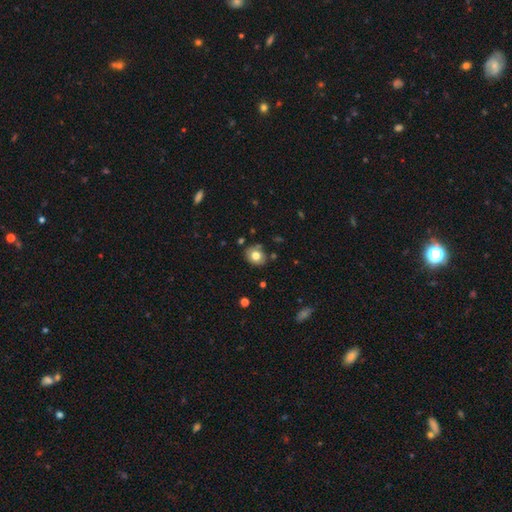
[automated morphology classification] smooth 76%, featured or disk 14%, star or artifact 10%. Down the decision tree: how rounded — round (63%); merging — none (80%).